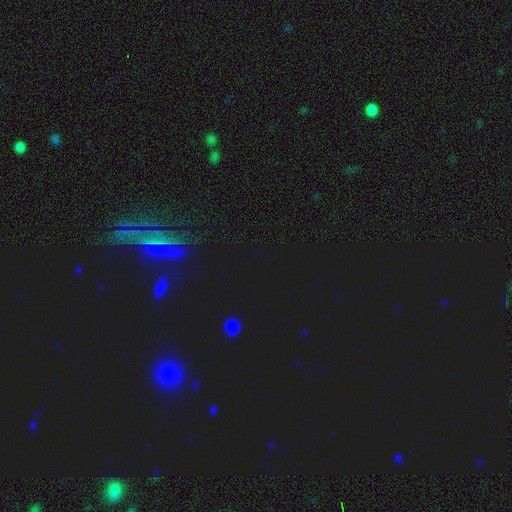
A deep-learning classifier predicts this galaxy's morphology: A star or artifact, not a galaxy (76%).